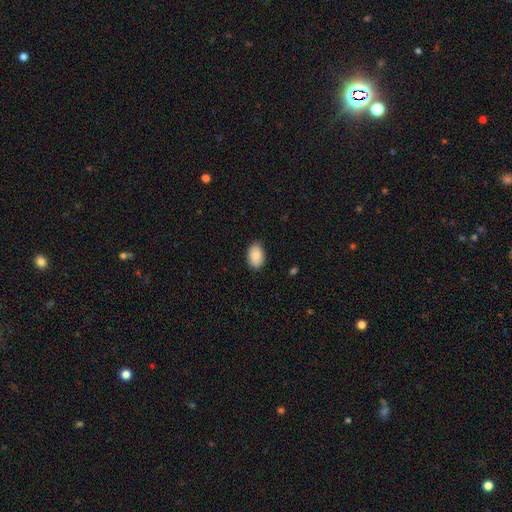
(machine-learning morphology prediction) type=smooth (87%); roundness=in between (89%); merging=none (86%).